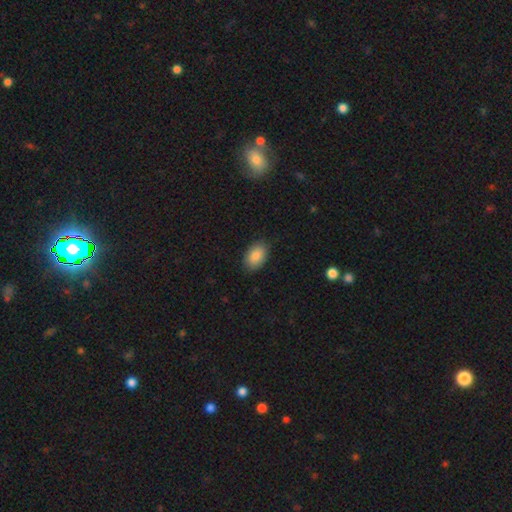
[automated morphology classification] type=smooth (86%); roundness=in between (90%); merging=none (86%).